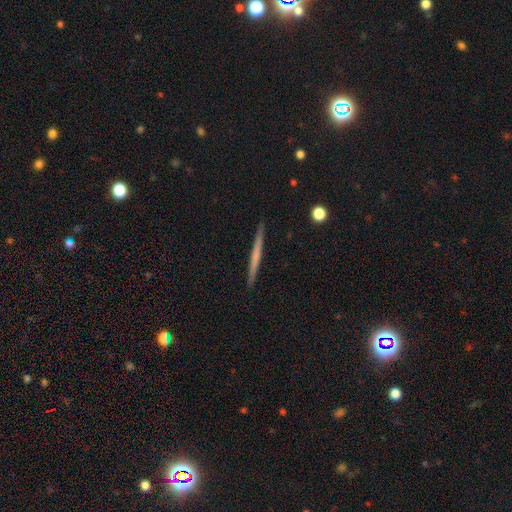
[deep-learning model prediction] smooth-or-featured: featured or disk: 47% (tied) | smooth: 47% (tied) | star or artifact: 6%
  merging: none: 92% | minor disturbance: 6% | major disturbance: 1% | merger: 1%